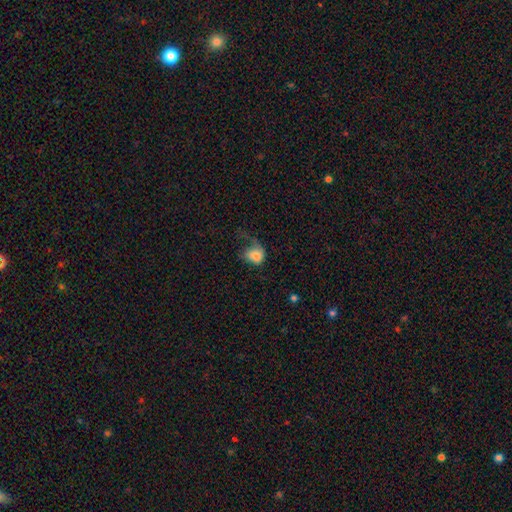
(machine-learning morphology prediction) A smooth galaxy with no disk features (72%) that is in between round and cigar-shaped (51%). Merging: major disturbance (54%).